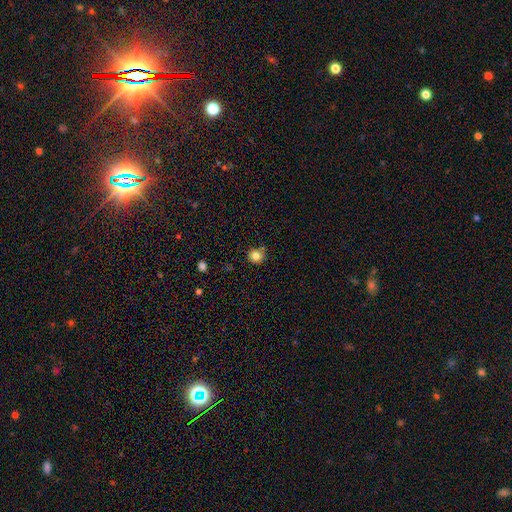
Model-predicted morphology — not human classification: Smooth or featured? smooth (81%)
How rounded? round (92%)
Merging? none (80%)